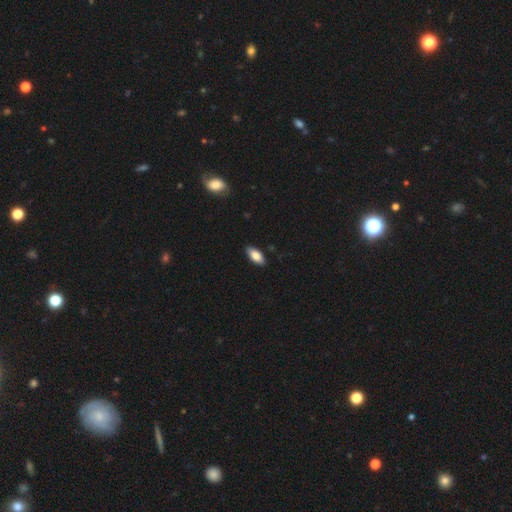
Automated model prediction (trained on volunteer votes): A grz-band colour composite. It shows a smooth galaxy with no disk features (83%) that is in between round and cigar-shaped (88%). Merging: none (87%).